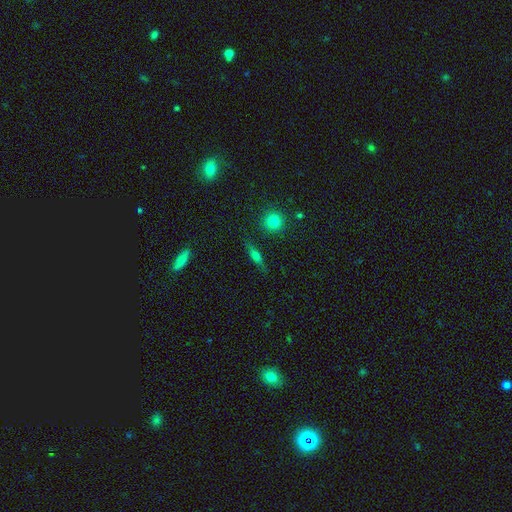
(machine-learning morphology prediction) smooth_or_featured: smooth (p=0.48) [alt: featured or disk p=0.40]
merging: none (p=0.85) [alt: minor disturbance p=0.10]